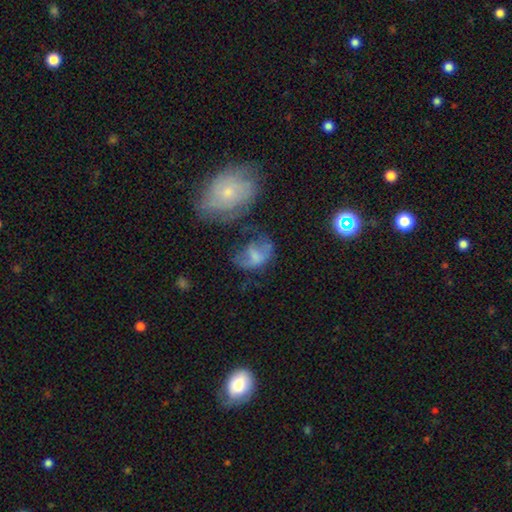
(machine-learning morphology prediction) Smooth or featured?
  - smooth: 48% *
  - featured or disk: 38%
  - star or artifact: 13%
Merging?
  - none: 31% * (tied)
  - major disturbance: 31% * (tied)
  - minor disturbance: 24%
  - merger: 14%